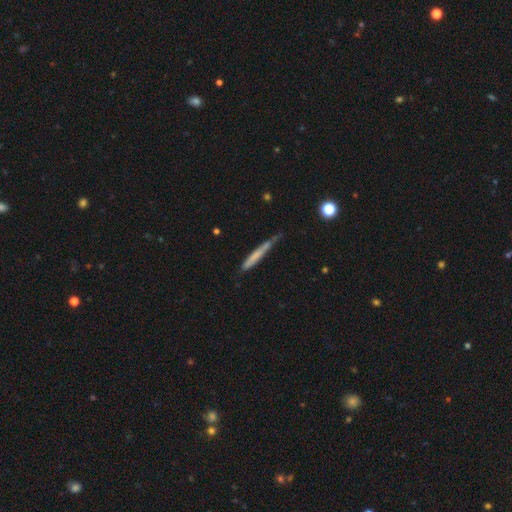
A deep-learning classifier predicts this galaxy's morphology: Smooth or featured? Predicted: smooth (p=0.63). How rounded? Predicted: cigar-shaped (p=0.95). Merging? Predicted: none (p=0.60).